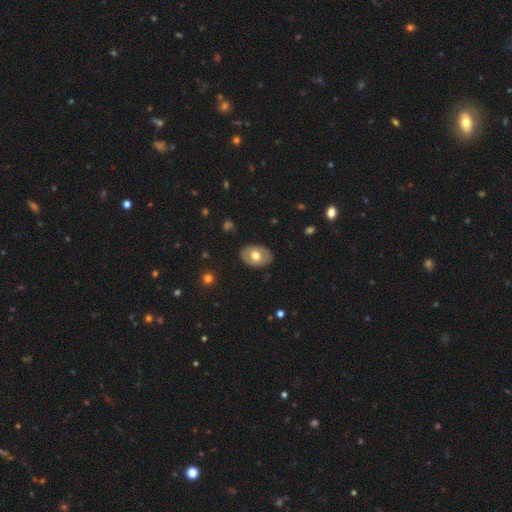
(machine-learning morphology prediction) This is possibly a smooth galaxy (58%). How rounded: clearly in between (82%). Merging: clearly none (85%).